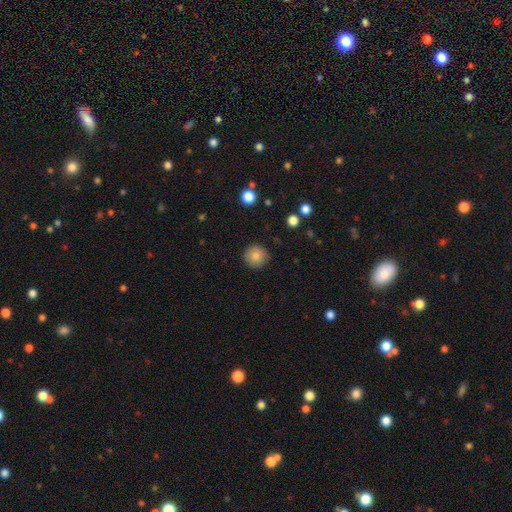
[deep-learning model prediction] The model was most divided on "smooth or featured": smooth: 85%, star or artifact: 9%, featured or disk: 7%. More confident: how rounded — round (94%); merging — none (88%).